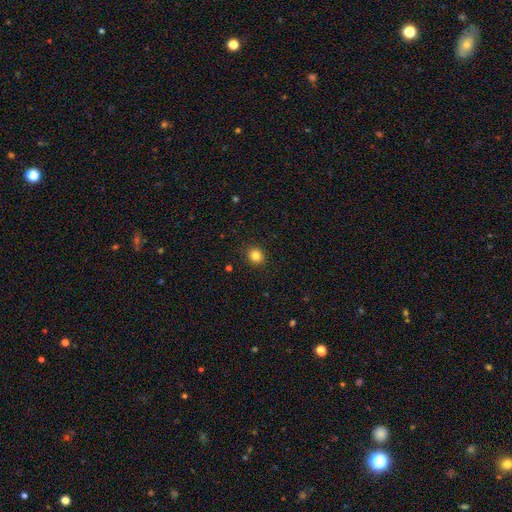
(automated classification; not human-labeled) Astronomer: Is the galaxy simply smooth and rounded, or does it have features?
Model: smooth — 84%.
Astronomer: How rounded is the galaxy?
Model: round — 85%.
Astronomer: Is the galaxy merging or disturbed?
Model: none — 92%.